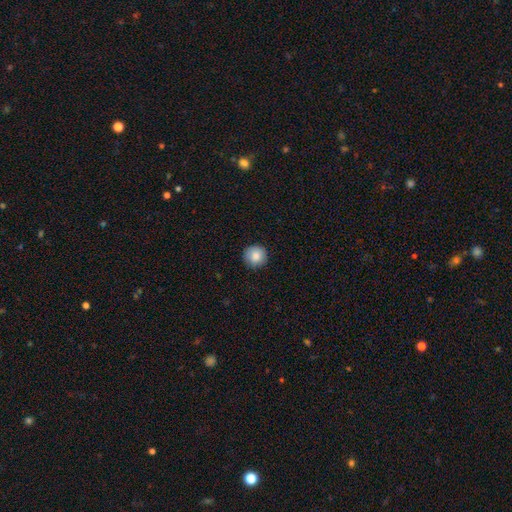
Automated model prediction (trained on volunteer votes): Smooth or featured?
  - smooth: 85% *
  - star or artifact: 8%
  - featured or disk: 7%
How rounded?
  - round: 95% *
  - in between: 4%
  - cigar-shaped: 1%
Merging?
  - none: 89% *
  - minor disturbance: 8%
  - major disturbance: 2%
  - merger: 1%